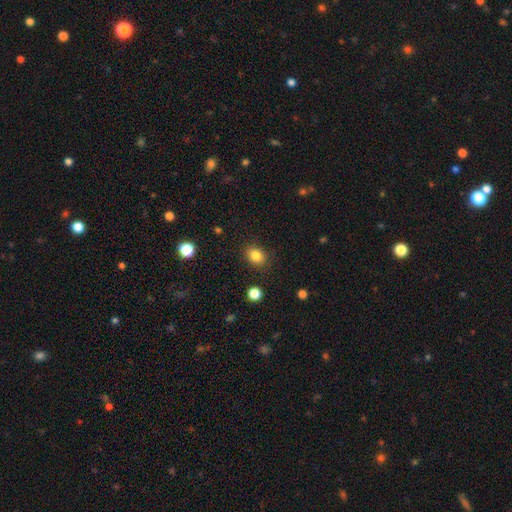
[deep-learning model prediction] This appears to be a smooth galaxy with no disk features (83%) that is in between round and cigar-shaped (54%). Merging: none (87%).